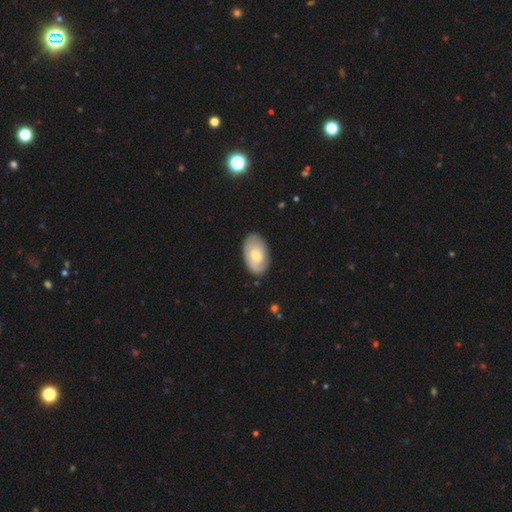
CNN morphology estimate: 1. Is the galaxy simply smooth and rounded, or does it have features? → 57% smooth, 37% featured or disk, 6% star or artifact.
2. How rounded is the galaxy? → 93% in between, 6% round, 1% cigar-shaped.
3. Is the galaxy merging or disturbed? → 81% none, 14% minor disturbance, 3% major disturbance, 1% merger.